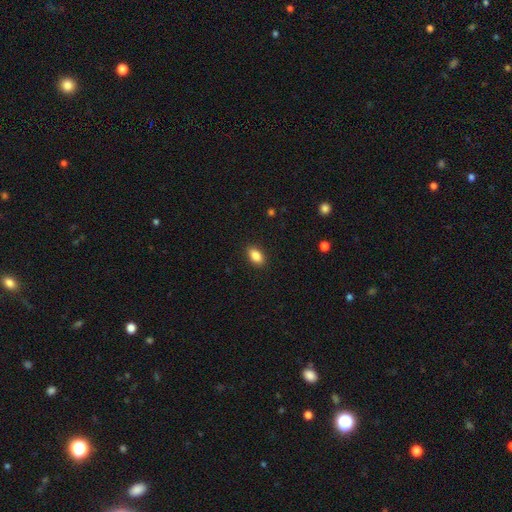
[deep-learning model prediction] This is clearly a smooth galaxy (87%). How rounded: clearly in between (89%). Merging: clearly none (89%).